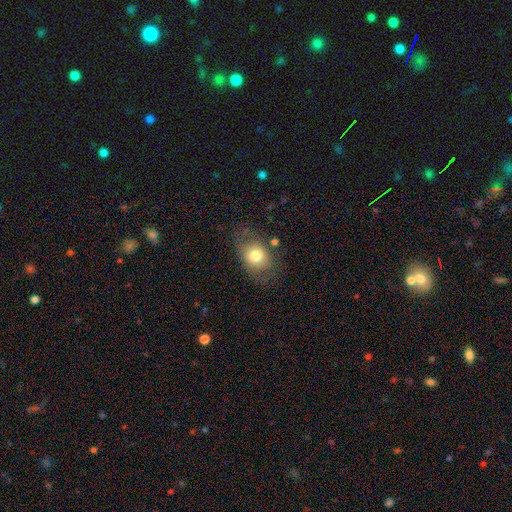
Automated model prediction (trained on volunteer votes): Smooth or featured? Predicted: smooth (p=0.73). How rounded? Predicted: in between (p=0.60). Merging? Predicted: none (p=0.67).